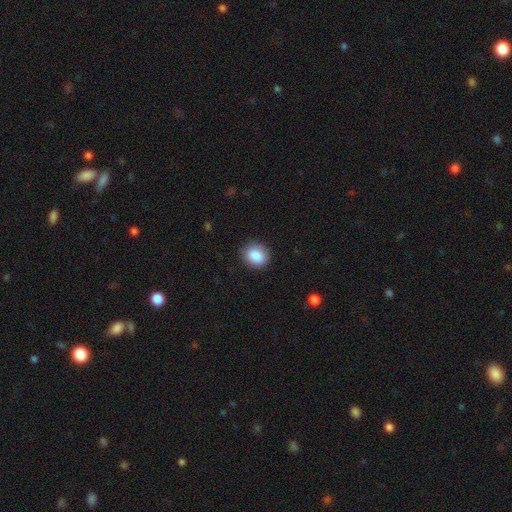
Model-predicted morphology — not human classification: Smooth or featured? smooth (87%)
How rounded? round (50%)
Merging? none (84%)